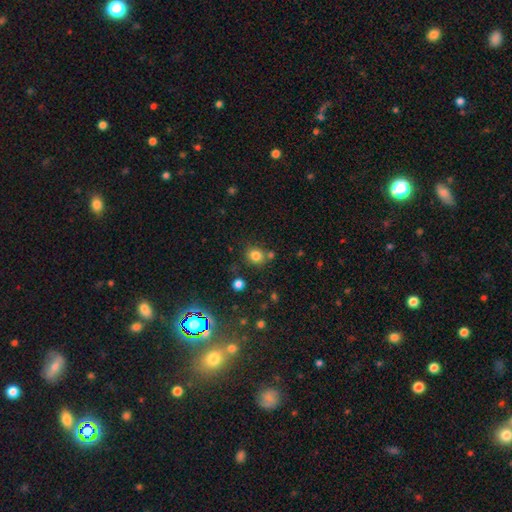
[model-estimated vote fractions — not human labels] This is likely a smooth galaxy (79%). How rounded: likely round (76%). Merging: likely none (73%).